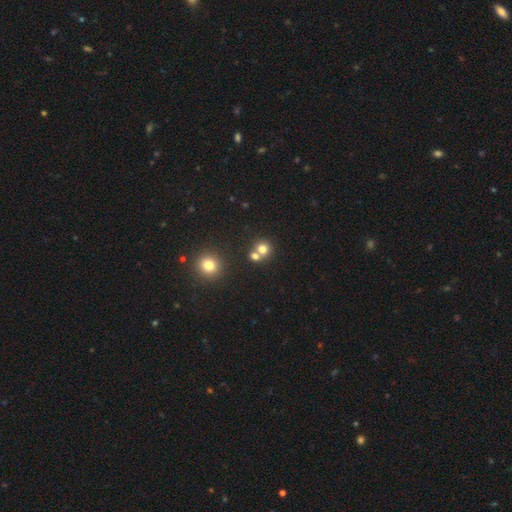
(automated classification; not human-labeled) Smooth or featured? smooth (75%)
How rounded? round (85%)
Merging? none (53%)